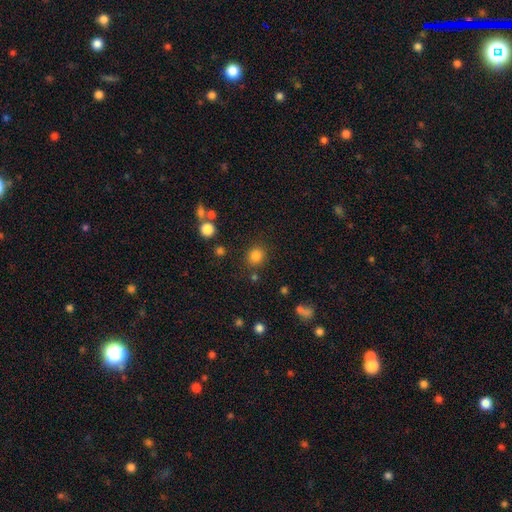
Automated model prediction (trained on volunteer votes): smooth-or-featured: smooth: 82% | star or artifact: 13% | featured or disk: 4%
  how-rounded: round: 85% | in between: 14% | cigar-shaped: 1%
  merging: none: 84% | minor disturbance: 8% | merger: 4% | major disturbance: 4%